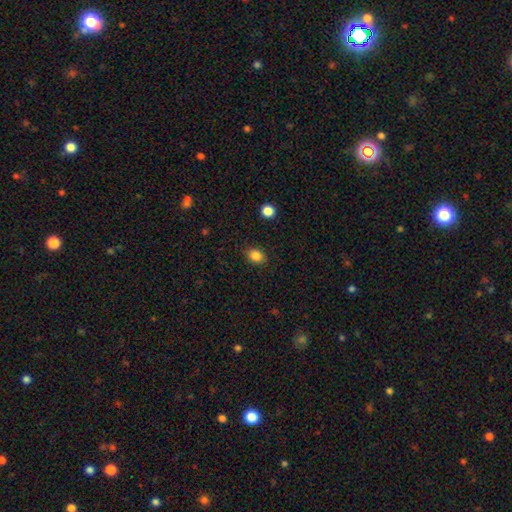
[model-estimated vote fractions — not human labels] Smooth or featured?
  - smooth: 85% *
  - star or artifact: 10%
  - featured or disk: 5%
How rounded?
  - in between: 63% *
  - round: 36%
  - cigar-shaped: 1%
Merging?
  - none: 87% *
  - minor disturbance: 10%
  - major disturbance: 3%
  - merger: 1%